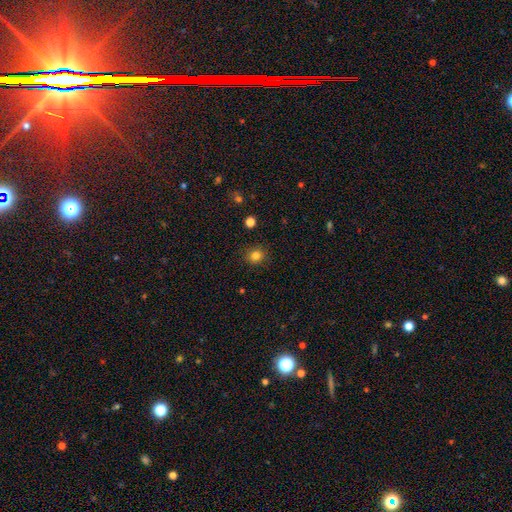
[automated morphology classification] This appears to be a smooth galaxy with no disk features (82%) that is round (82%). Merging: none (89%).